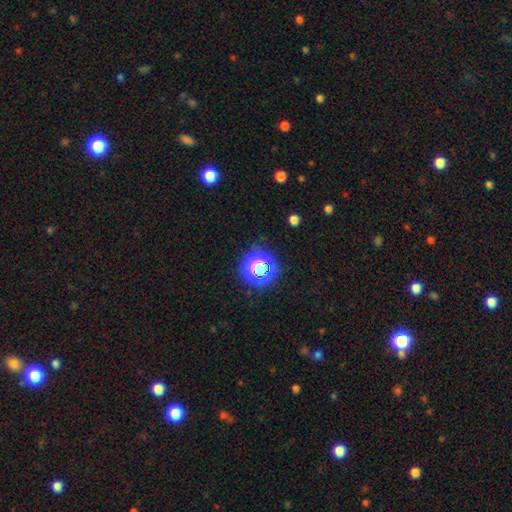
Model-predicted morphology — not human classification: smooth_or_featured: star or artifact (p=0.73) [alt: smooth p=0.21]